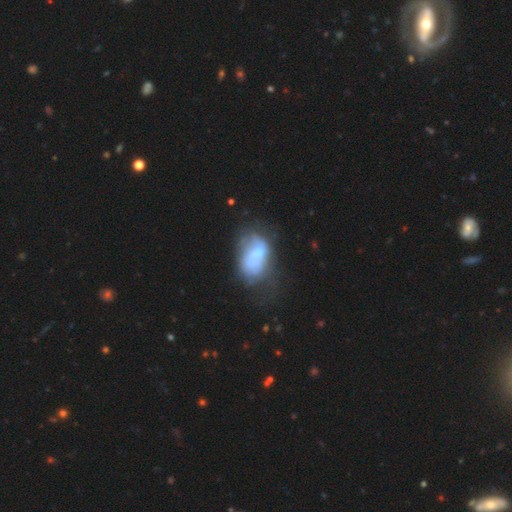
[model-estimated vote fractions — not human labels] Q: Smooth or featured?
A: smooth (47%); runner-up: featured or disk (43%)
Q: Merging?
A: major disturbance (31%); runner-up: none (29%)